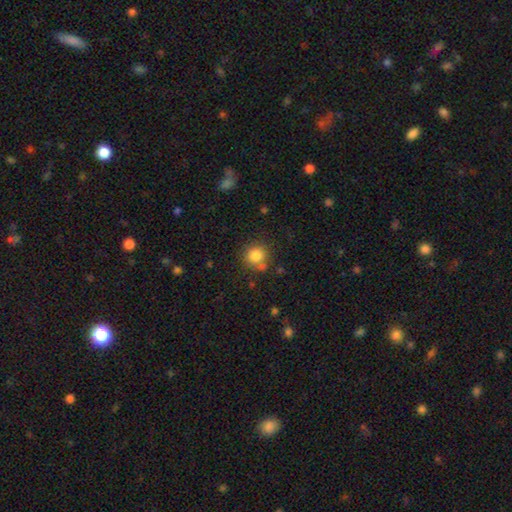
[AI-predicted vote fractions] A smooth galaxy with no disk features (82%) that is round (87%). Merging: none (72%).